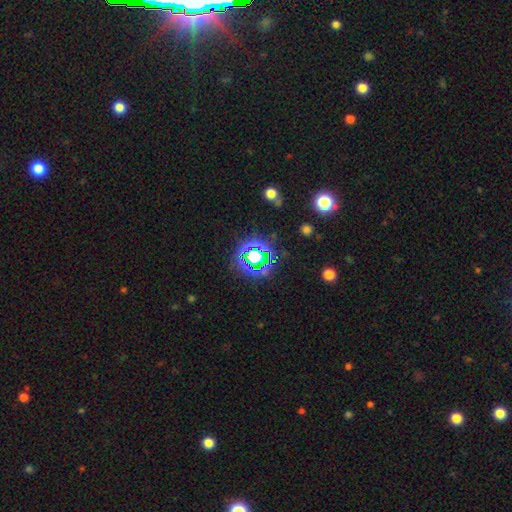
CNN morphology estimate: smooth_or_featured: star or artifact (p=0.71) [alt: smooth p=0.18]